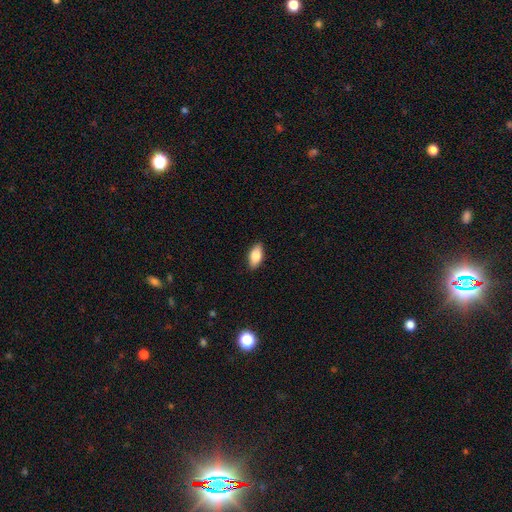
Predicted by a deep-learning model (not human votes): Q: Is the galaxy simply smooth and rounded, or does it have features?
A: smooth — 82%.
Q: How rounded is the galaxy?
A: in between — 89%.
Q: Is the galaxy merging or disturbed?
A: none — 88%.